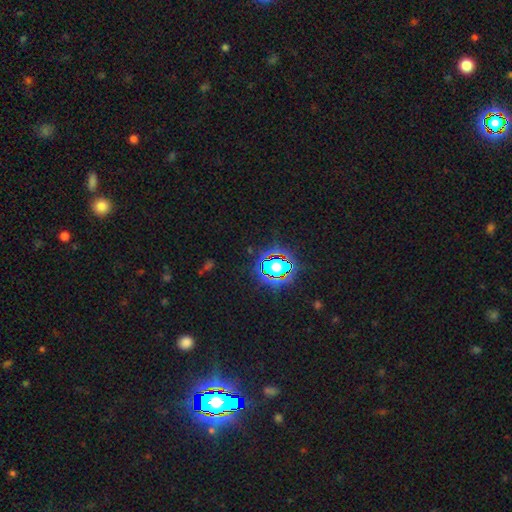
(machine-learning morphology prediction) Overall: star or artifact (81%).